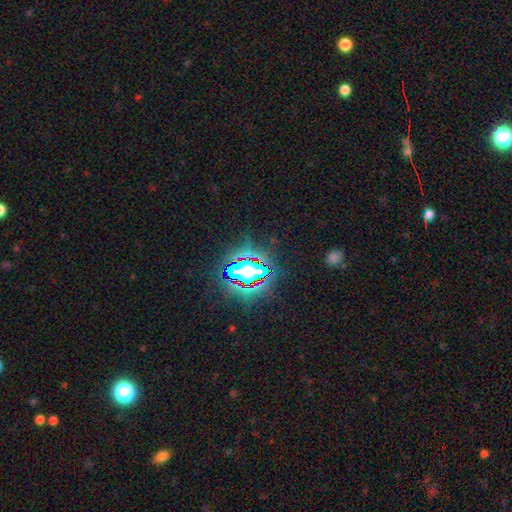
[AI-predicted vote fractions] Smooth or featured?
  - star or artifact: 82% *
  - smooth: 11%
  - featured or disk: 7%